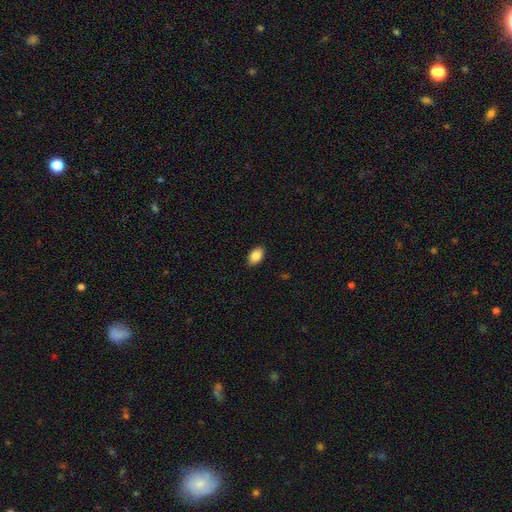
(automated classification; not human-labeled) Smooth or featured: smooth — 87% (star or artifact — 7%)
How rounded: in between — 91% (round — 7%)
Merging: none — 89% (minor disturbance — 9%)